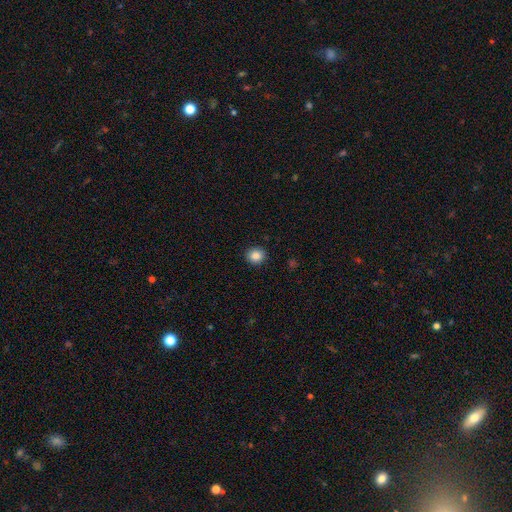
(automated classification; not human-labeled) Smooth or featured? smooth (86%)
How rounded? round (87%)
Merging? none (92%)